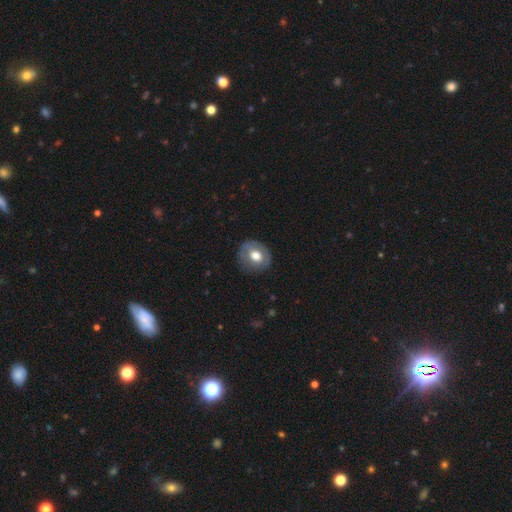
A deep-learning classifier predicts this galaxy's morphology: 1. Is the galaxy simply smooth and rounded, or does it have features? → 59% smooth, 34% featured or disk, 7% star or artifact.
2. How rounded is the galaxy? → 74% round, 25% in between, 1% cigar-shaped.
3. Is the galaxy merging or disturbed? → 80% none, 14% minor disturbance, 5% major disturbance, 1% merger.